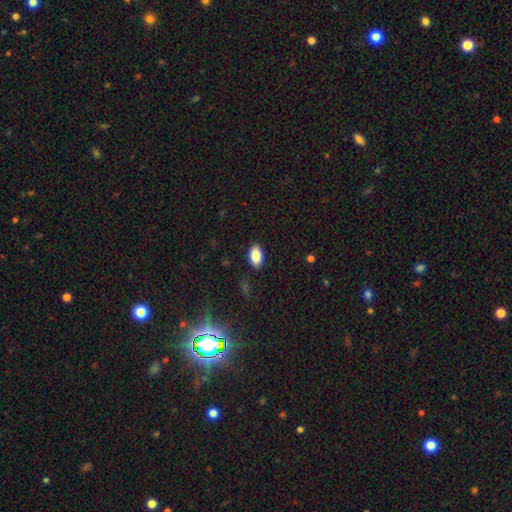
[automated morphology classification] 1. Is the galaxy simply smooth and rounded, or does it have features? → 86% smooth, 8% star or artifact, 6% featured or disk.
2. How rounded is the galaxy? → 92% in between, 6% round, 2% cigar-shaped.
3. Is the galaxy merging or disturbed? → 87% none, 10% minor disturbance, 2% major disturbance, 1% merger.